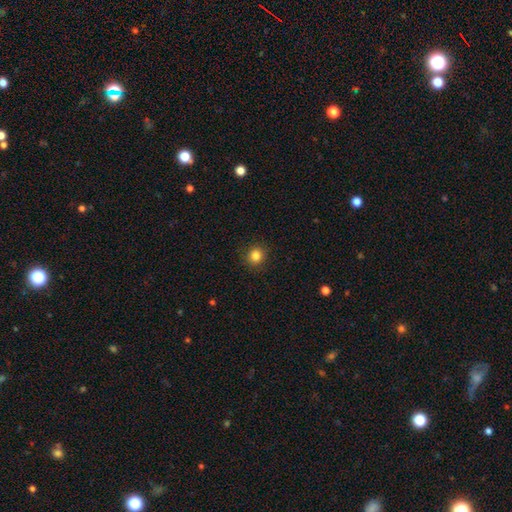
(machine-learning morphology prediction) Overall: smooth (84%). How rounded: round (88%). Merging: none (90%).